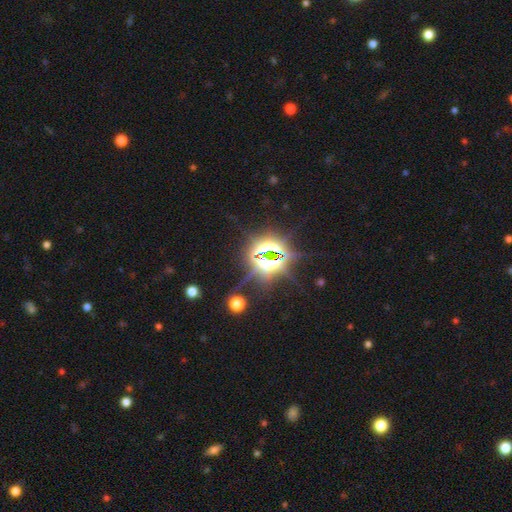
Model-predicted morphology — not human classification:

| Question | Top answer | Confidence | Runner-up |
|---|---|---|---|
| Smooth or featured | star or artifact | 83% | featured or disk (10%) |